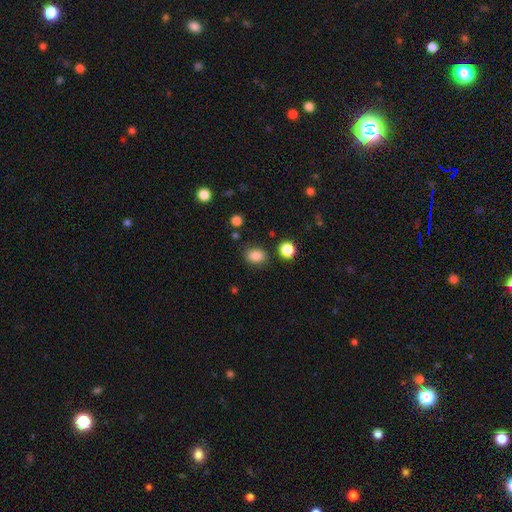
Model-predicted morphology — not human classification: A smooth galaxy with no disk features (85%) that is in between round and cigar-shaped (64%).

Vote fractions:
- Smooth or featured? smooth: 85% / star or artifact: 11% / featured or disk: 4%
- How rounded? in between: 64% / round: 35% / cigar-shaped: 1%
- Merging? none: 82% / minor disturbance: 11% / major disturbance: 4% / merger: 4%